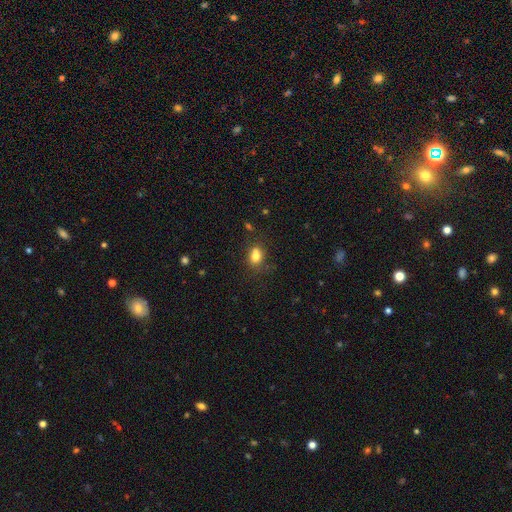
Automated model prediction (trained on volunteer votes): This appears to be a smooth galaxy with no disk features (78%) that is in between round and cigar-shaped (67%). Merging: none (55%).